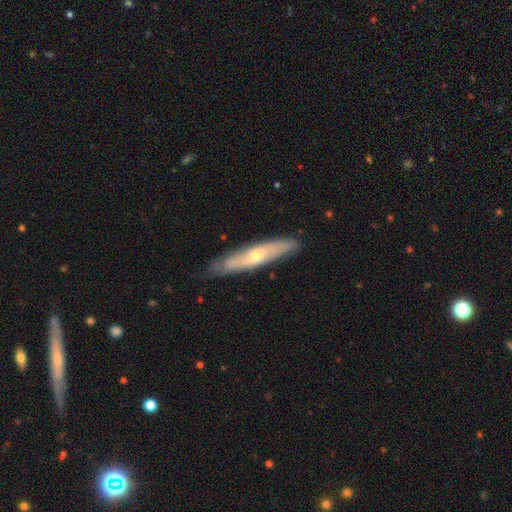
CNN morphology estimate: The model was most divided on "smooth or featured": featured or disk: 57%, smooth: 37%, star or artifact: 6%. More confident: merging — none (84%); edge-on disk — yes (66%).